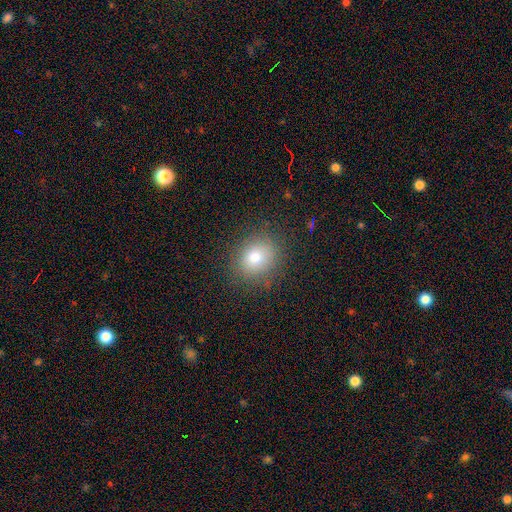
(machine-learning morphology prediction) Smooth or featured?
  - smooth: 79% *
  - star or artifact: 12%
  - featured or disk: 9%
How rounded?
  - round: 63% *
  - in between: 36%
  - cigar-shaped: 1%
Merging?
  - none: 87% *
  - minor disturbance: 9%
  - major disturbance: 3%
  - merger: 1%